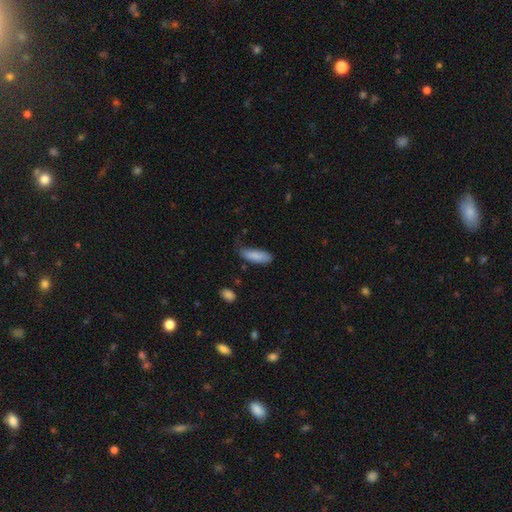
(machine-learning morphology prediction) Smooth or featured: smooth — 86% (featured or disk — 7%)
How rounded: in between — 63% (cigar-shaped — 36%)
Merging: none — 63% (minor disturbance — 29%)